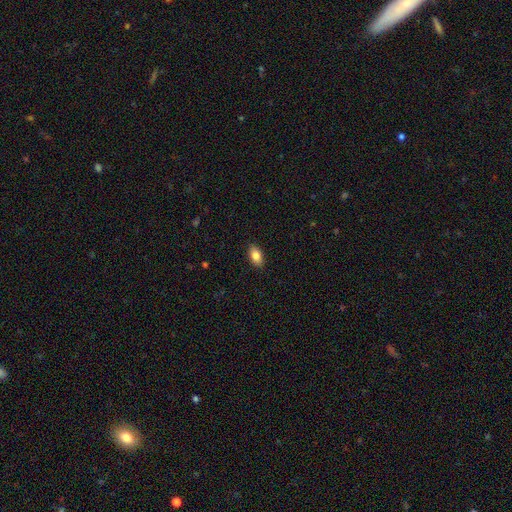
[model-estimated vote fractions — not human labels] Smooth or featured: smooth — 84% (featured or disk — 8%)
How rounded: in between — 91% (round — 6%)
Merging: none — 89% (minor disturbance — 8%)